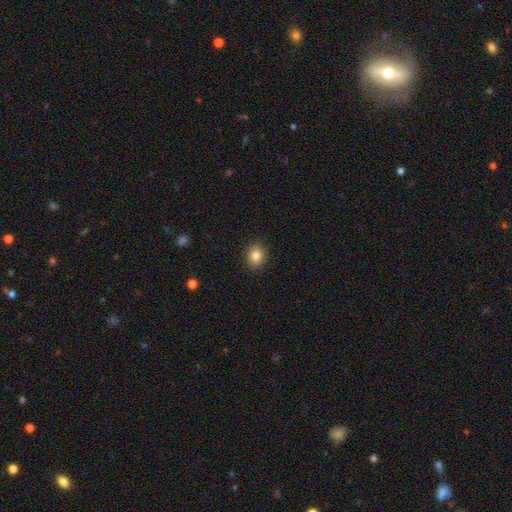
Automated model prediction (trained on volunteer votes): Smooth or featured? smooth (83%)
How rounded? round (65%)
Merging? none (90%)